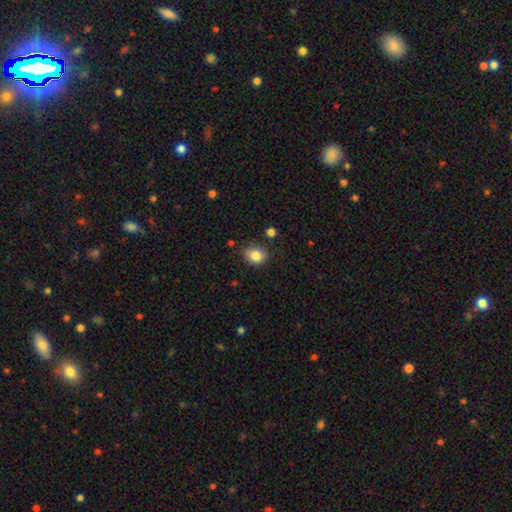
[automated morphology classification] Smooth or featured: smooth — 84% (star or artifact — 10%)
How rounded: round — 61% (in between — 38%)
Merging: none — 80% (minor disturbance — 14%)